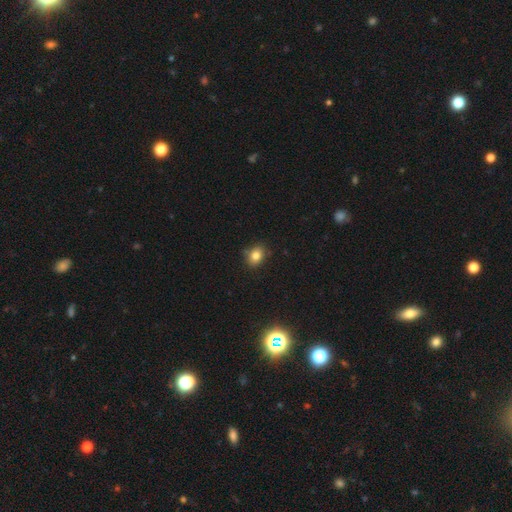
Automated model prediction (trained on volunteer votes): Smooth or featured: smooth — 81% (star or artifact — 12%)
How rounded: in between — 56% (round — 43%)
Merging: none — 80% (minor disturbance — 15%)